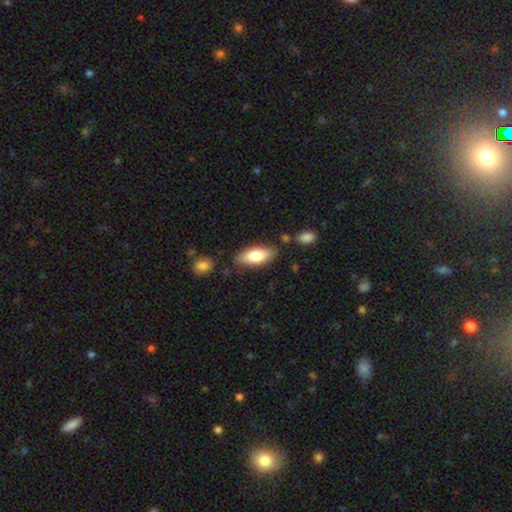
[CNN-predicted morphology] type=smooth (79%); roundness=in between (82%); merging=none (78%).